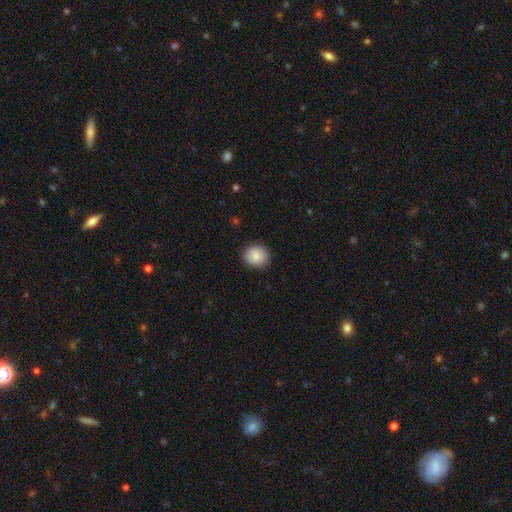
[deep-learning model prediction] smooth-or-featured: smooth: 86% | star or artifact: 8% | featured or disk: 6%
  how-rounded: round: 85% | in between: 14% | cigar-shaped: 1%
  merging: none: 89% | minor disturbance: 8% | major disturbance: 2% | merger: 1%